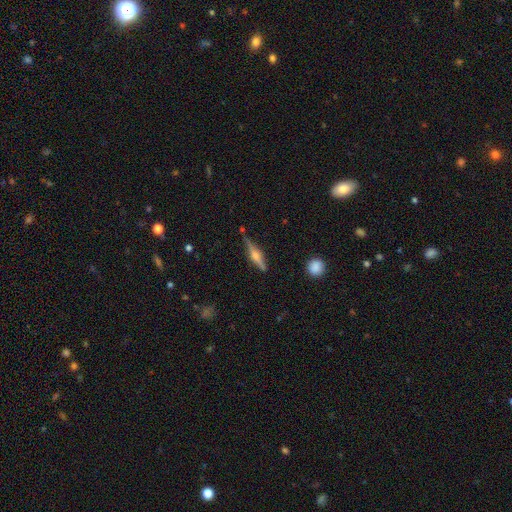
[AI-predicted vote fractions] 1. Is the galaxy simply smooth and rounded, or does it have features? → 74% featured or disk, 19% smooth, 7% star or artifact.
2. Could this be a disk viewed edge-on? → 97% yes, 3% no.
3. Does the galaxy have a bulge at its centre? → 87% rounded, 10% boxy, 3% none.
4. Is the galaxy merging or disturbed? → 83% none, 12% minor disturbance, 3% major disturbance, 2% merger.